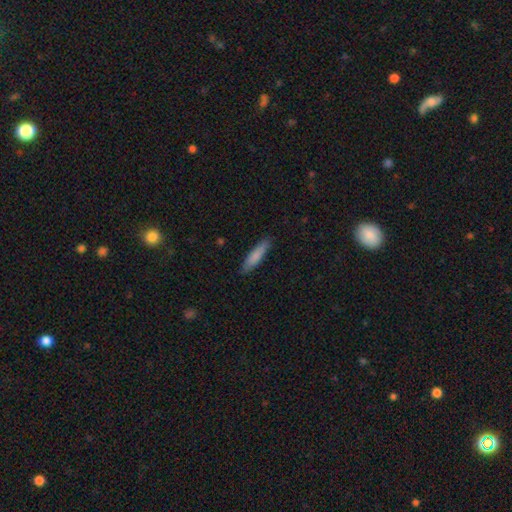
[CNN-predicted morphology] A smooth galaxy with no disk features (82%) that is cigar-shaped (80%).

Vote fractions:
- Smooth or featured? smooth: 82% / featured or disk: 12% / star or artifact: 6%
- How rounded? cigar-shaped: 80% / in between: 19% / round: 1%
- Merging? none: 86% / minor disturbance: 11% / major disturbance: 2% / merger: 1%